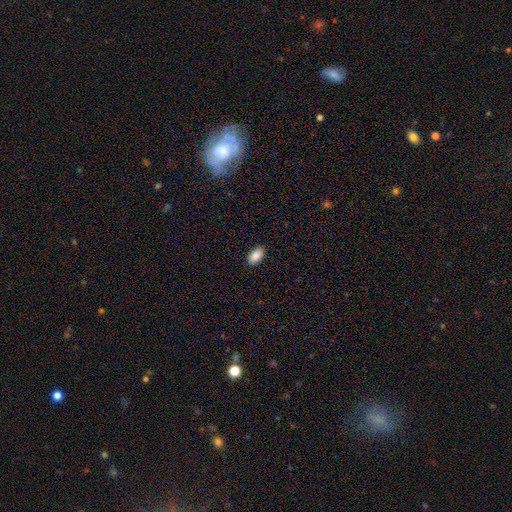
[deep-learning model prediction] A smooth galaxy with no disk features (88%) that is in between round and cigar-shaped (94%). Merging: none (90%).